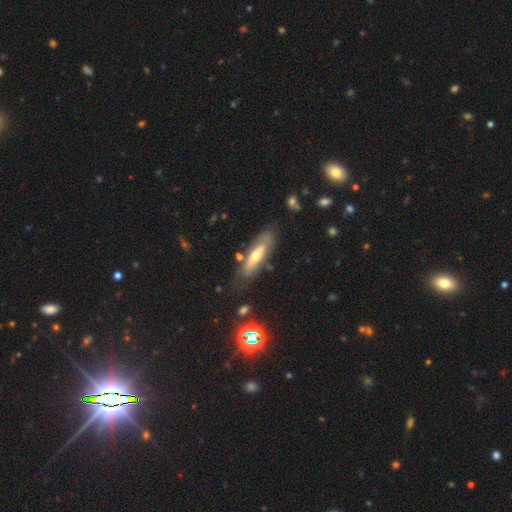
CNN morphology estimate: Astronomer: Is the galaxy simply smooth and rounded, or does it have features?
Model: featured or disk — 48% (runner-up: smooth, 45%).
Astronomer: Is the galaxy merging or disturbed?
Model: none — 73%.